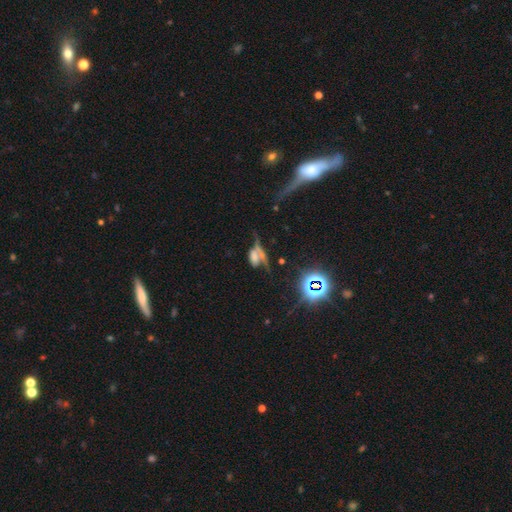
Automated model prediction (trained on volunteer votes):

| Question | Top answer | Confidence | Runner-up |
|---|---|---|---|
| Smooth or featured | smooth | 38% | featured or disk (35%) |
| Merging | merger | 35% | major disturbance (28%) |